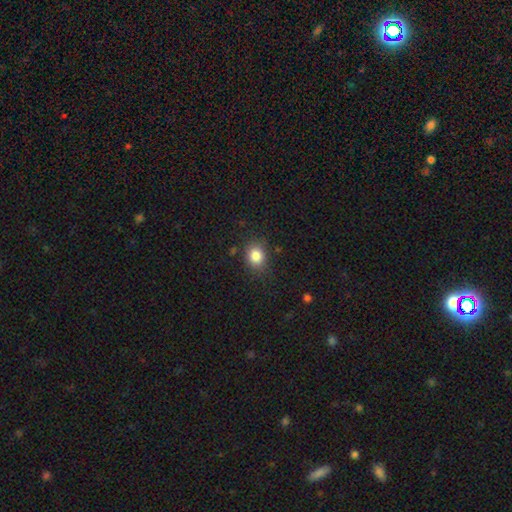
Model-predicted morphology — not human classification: type=smooth (84%); roundness=round (55%); merging=none (81%).